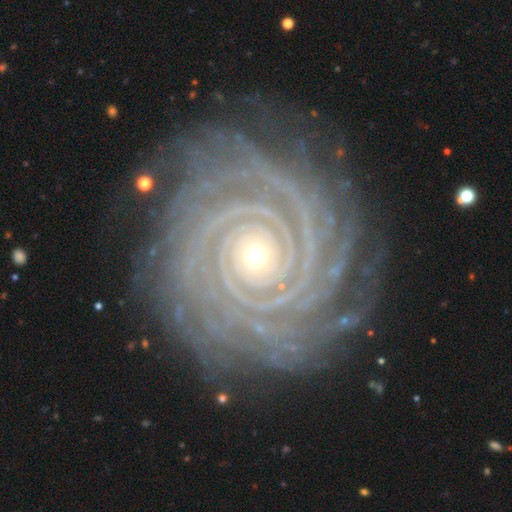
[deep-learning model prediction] Smooth or featured?
  - featured or disk: 92% *
  - star or artifact: 5%
  - smooth: 3%
Edge-on disk?
  - no: 98% *
  - yes: 2%
Bar?
  - no: 77% *
  - weak: 12%
  - strong: 11%
Spiral arms?
  - yes: 99% *
  - no: 1%
Spiral winding?
  - tight: 92% *
  - medium: 7%
  - loose: 1%
Spiral arm count?
  - more than 4: 25% *
  - 4: 19%
  - 2: 16%
  - 3: 16%
  - can't tell: 15%
  - 1: 9%
Bulge size?
  - small: 72% *
  - moderate: 25%
  - large: 1%
  - dominant: 1%
  - none: 1%
Merging?
  - none: 84% *
  - minor disturbance: 11%
  - major disturbance: 3%
  - merger: 1%